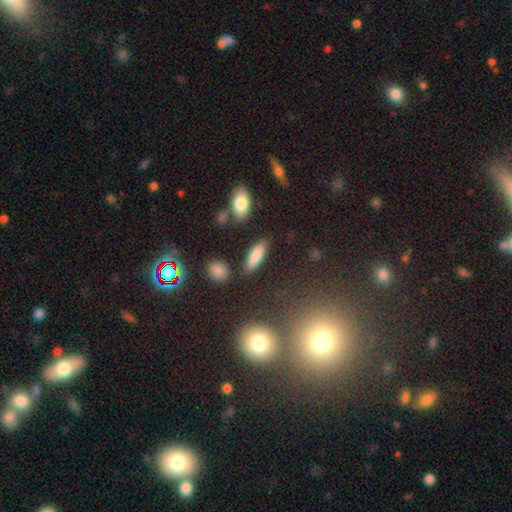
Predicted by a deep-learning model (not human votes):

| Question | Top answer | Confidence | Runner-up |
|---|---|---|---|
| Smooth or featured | smooth | 84% | featured or disk (9%) |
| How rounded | in between | 55% | cigar-shaped (42%) |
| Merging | none | 81% | minor disturbance (12%) |